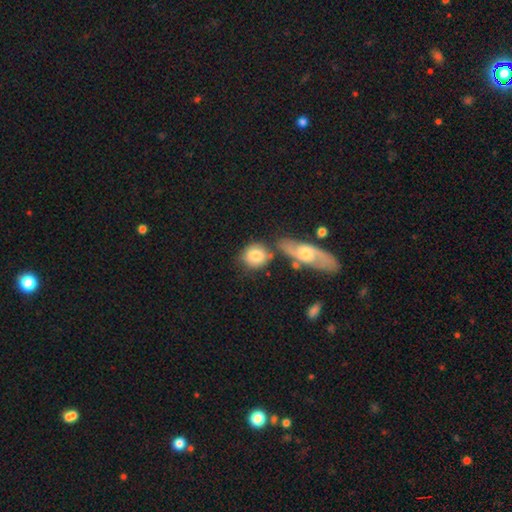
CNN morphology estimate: Q: Smooth or featured?
A: smooth (76%); runner-up: featured or disk (18%)
Q: How rounded?
A: round (65%); runner-up: in between (33%)
Q: Merging?
A: none (54%); runner-up: merger (23%)